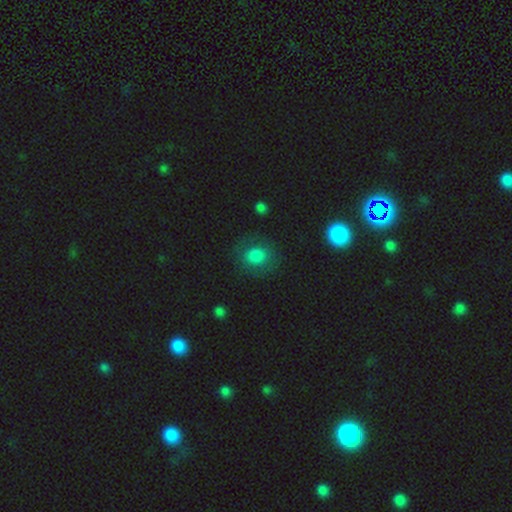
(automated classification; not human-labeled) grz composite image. It shows a smooth galaxy with no disk features (73%) that is round (73%). Merging: none (79%).